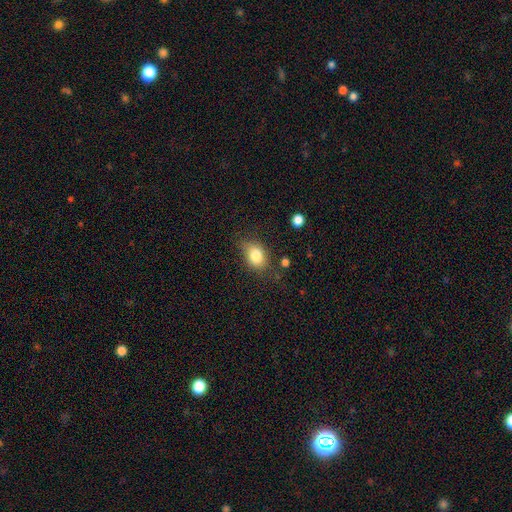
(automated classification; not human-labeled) Morphology: type=smooth (81%); roundness=in between (68%); merging=none (68%).